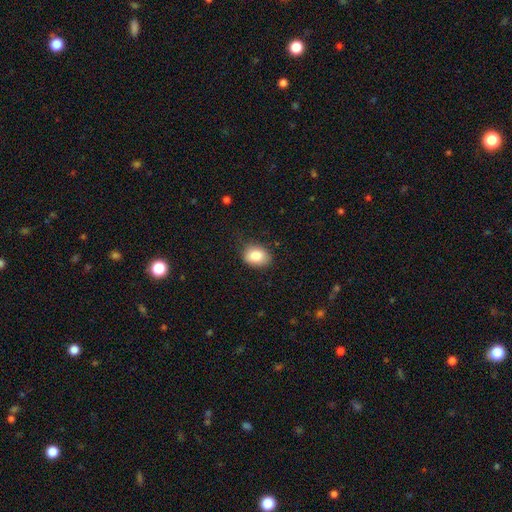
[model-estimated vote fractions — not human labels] Smooth or featured? Predicted: smooth (p=0.85). How rounded? Predicted: in between (p=0.66). Merging? Predicted: none (p=0.75).